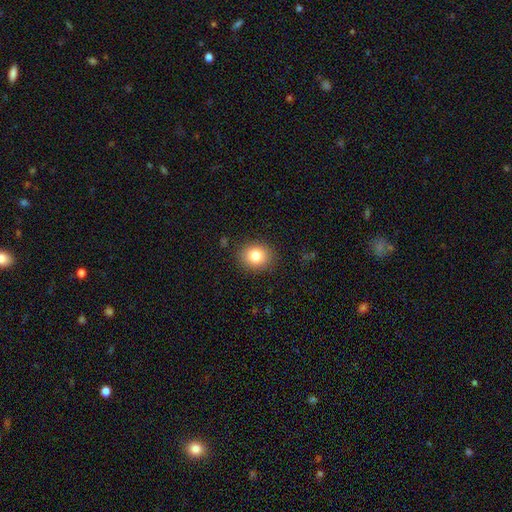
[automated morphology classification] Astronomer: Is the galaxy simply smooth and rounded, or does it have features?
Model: smooth — 82%.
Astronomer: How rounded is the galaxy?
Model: round — 69%.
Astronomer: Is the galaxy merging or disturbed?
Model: none — 88%.